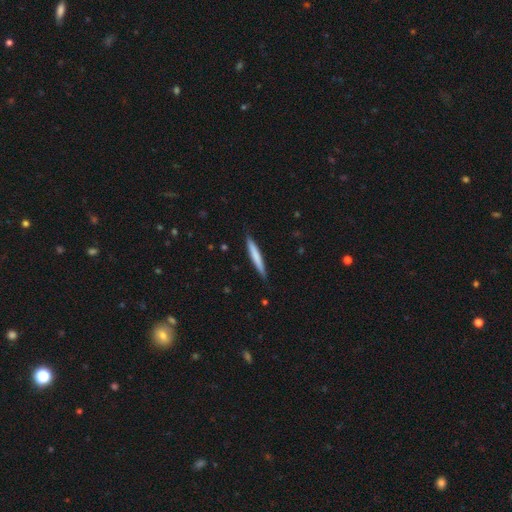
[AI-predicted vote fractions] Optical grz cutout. It shows a smooth galaxy with no disk features (71%) that is cigar-shaped (95%). Merging: none (88%).